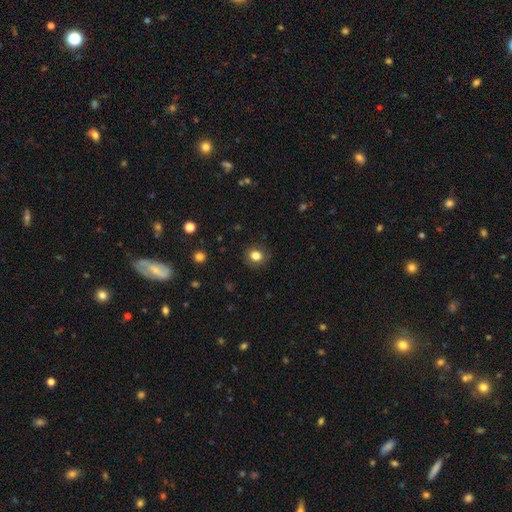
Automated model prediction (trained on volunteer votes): A smooth galaxy with no disk features (83%) that is round (78%). Merging: none (87%).